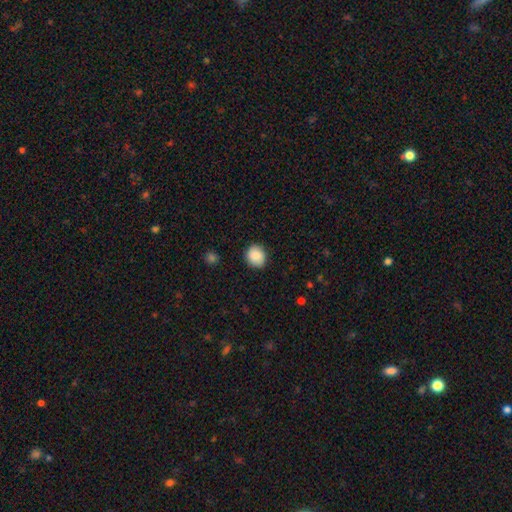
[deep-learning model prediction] Morphology: type=smooth (87%); roundness=round (77%); merging=none (89%).